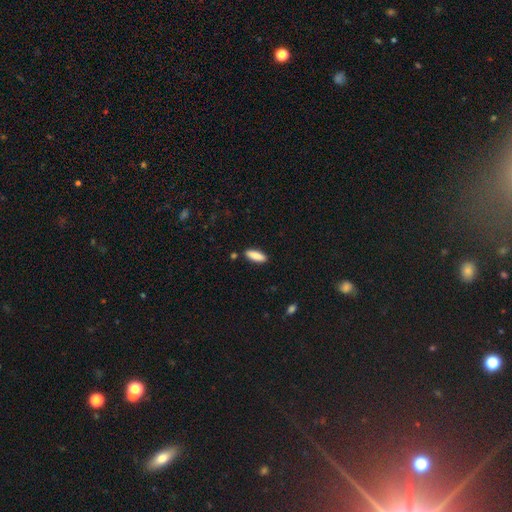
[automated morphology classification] smooth 87%, featured or disk 7%, star or artifact 6%. Down the decision tree: how rounded — in between (57%); merging — none (88%).